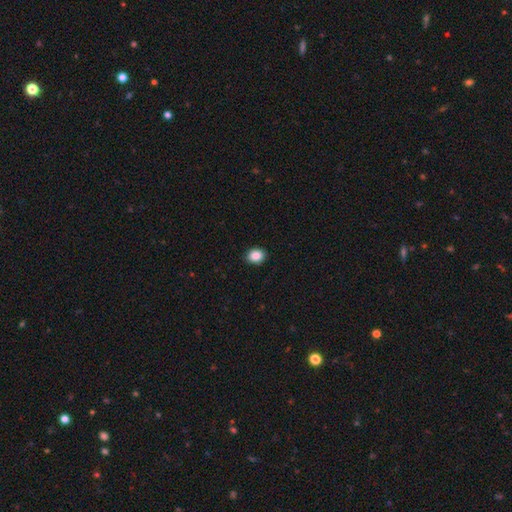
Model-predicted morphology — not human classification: smooth_or_featured: smooth (p=0.88) [alt: star or artifact p=0.09]
how_rounded: round (p=0.51) [alt: in between p=0.48]
merging: none (p=0.91) [alt: minor disturbance p=0.06]